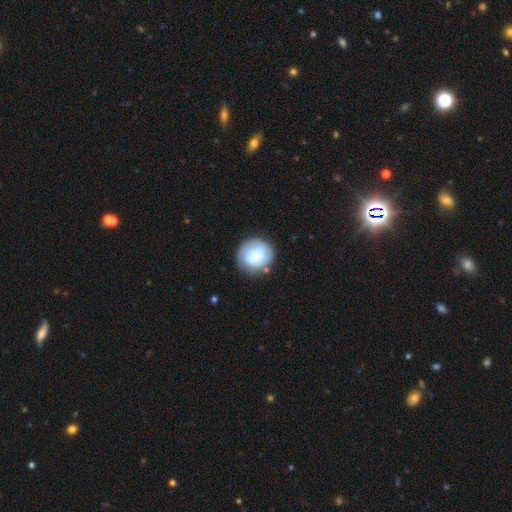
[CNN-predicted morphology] smooth_or_featured: smooth (p=0.62) [alt: featured or disk p=0.30]
how_rounded: round (p=0.88) [alt: in between p=0.11]
merging: none (p=0.74) [alt: minor disturbance p=0.16]